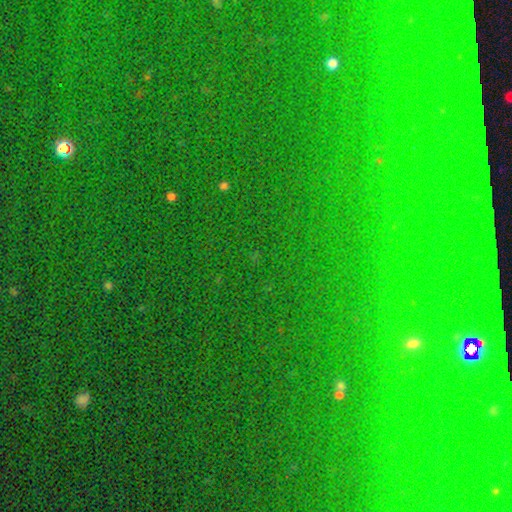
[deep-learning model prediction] Q: Smooth or featured?
A: star or artifact (77%); runner-up: smooth (14%)